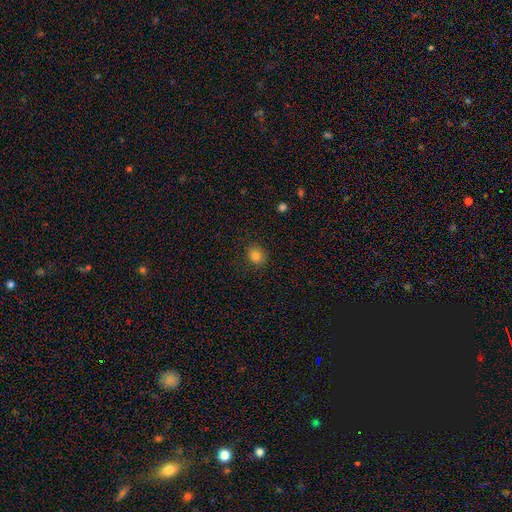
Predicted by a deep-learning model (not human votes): The model was most divided on "how rounded": round: 79%, in between: 20%, cigar-shaped: 1%. More confident: merging — none (87%); smooth or featured — smooth (83%).